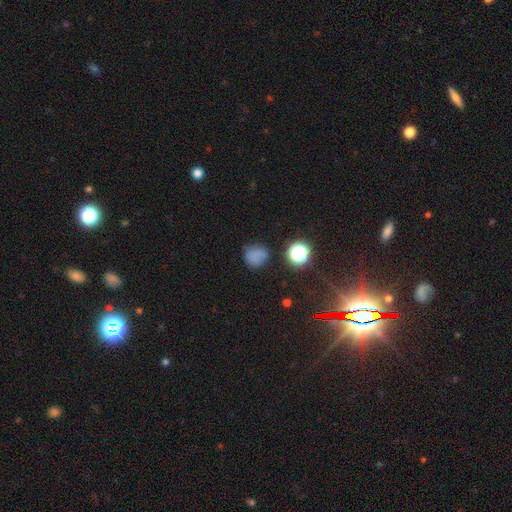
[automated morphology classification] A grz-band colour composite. It shows a smooth galaxy with no disk features (72%) that is round (81%). Merging: none (68%).